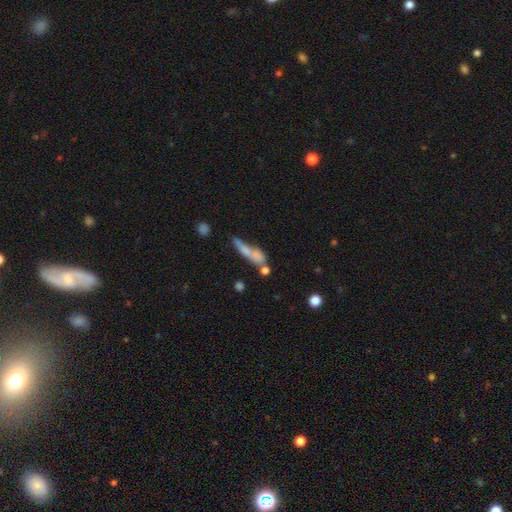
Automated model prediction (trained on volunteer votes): Overall: smooth (62%; featured or disk 27%). How rounded: cigar-shaped (59%; in between 33%). Merging: merger (38%; none 28%).